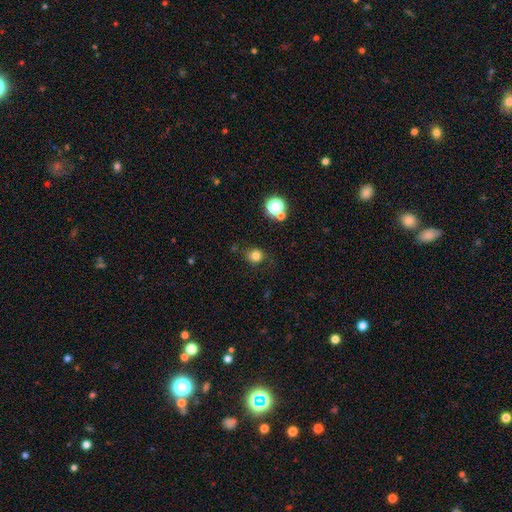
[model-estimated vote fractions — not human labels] smooth-or-featured: smooth: 79% | star or artifact: 15% | featured or disk: 7%
  how-rounded: round: 76% | in between: 23% | cigar-shaped: 1%
  merging: none: 69% | minor disturbance: 20% | major disturbance: 7% | merger: 4%